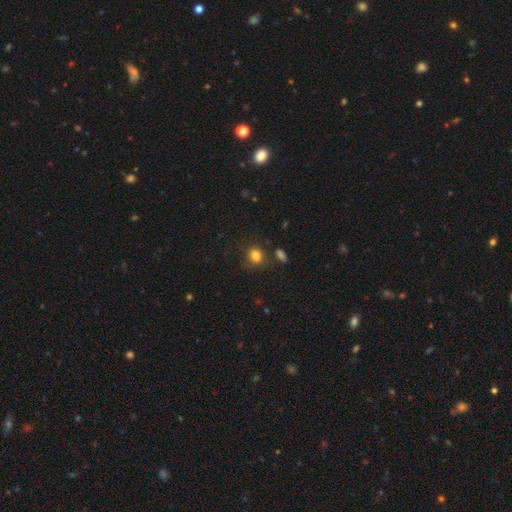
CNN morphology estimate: smooth_or_featured: smooth (p=0.82) [alt: star or artifact p=0.12]
how_rounded: round (p=0.61) [alt: in between p=0.38]
merging: none (p=0.74) [alt: minor disturbance p=0.15]